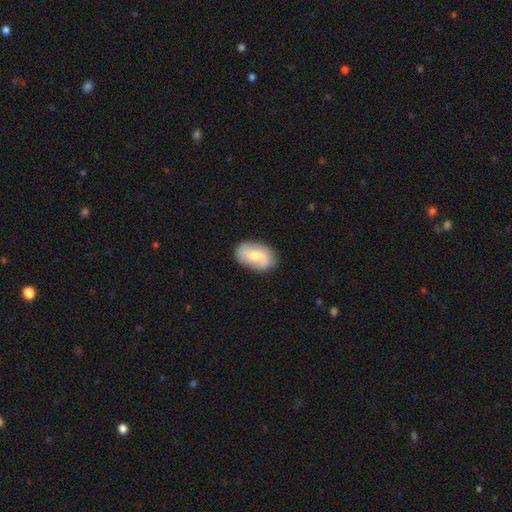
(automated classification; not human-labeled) Morphology: type=smooth (48%); merging=none (77%).